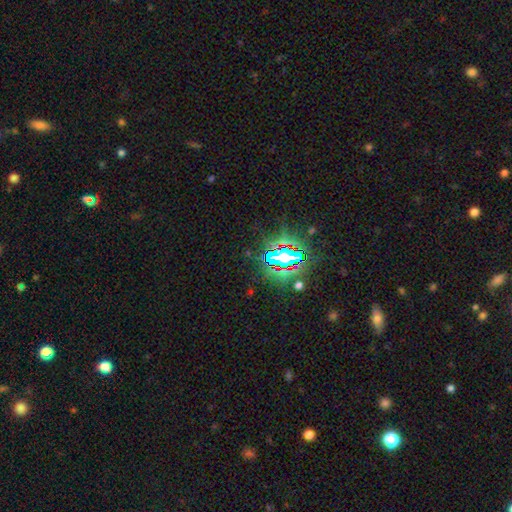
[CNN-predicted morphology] smooth_or_featured: star or artifact (p=0.80) [alt: smooth p=0.11]